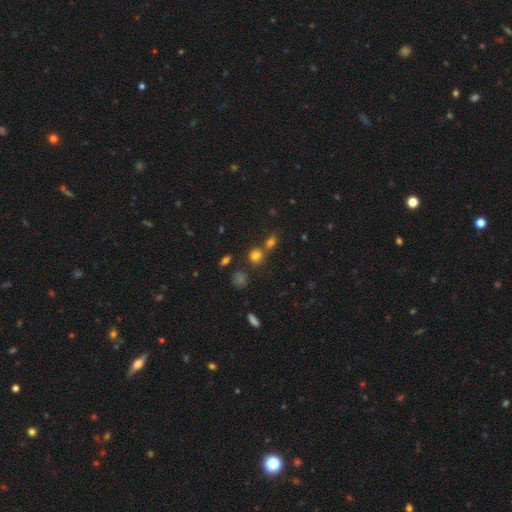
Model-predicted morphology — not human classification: This is likely a smooth galaxy (76%). How rounded: likely round (69%). Merging: possibly none (57%).